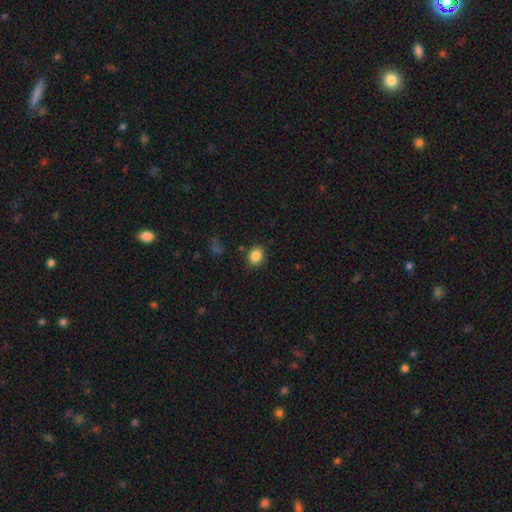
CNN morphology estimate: Overall: smooth (87%). How rounded: in between (58%; round 41%). Merging: none (84%).